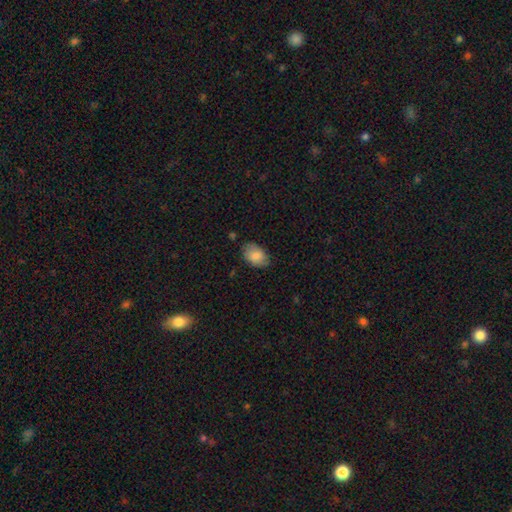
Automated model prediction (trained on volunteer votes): smooth_or_featured: smooth (p=0.84) [alt: featured or disk p=0.10]
how_rounded: in between (p=0.88) [alt: round p=0.11]
merging: none (p=0.76) [alt: minor disturbance p=0.18]